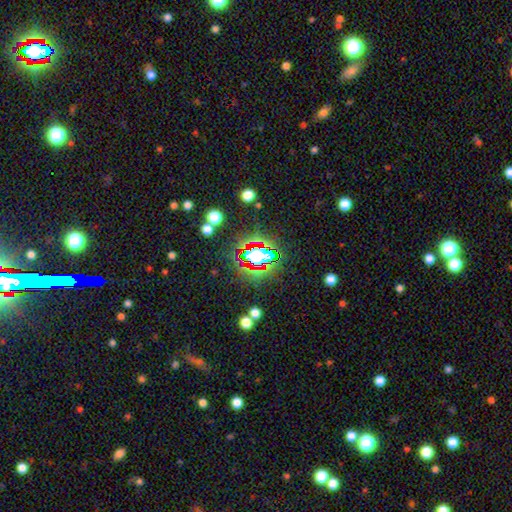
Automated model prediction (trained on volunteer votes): Smooth or featured?
  - star or artifact: 60% *
  - smooth: 27%
  - featured or disk: 13%